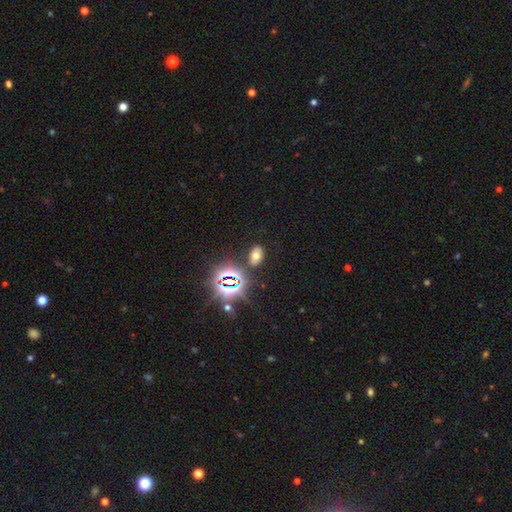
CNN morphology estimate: Smooth or featured: smooth — 54% (star or artifact — 32%)
How rounded: in between — 84% (round — 15%)
Merging: none — 81% (minor disturbance — 11%)